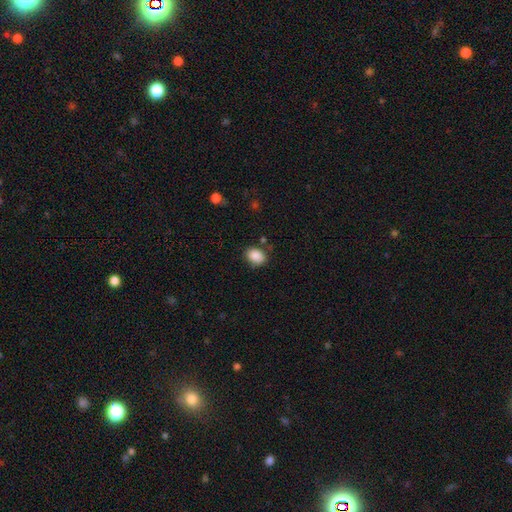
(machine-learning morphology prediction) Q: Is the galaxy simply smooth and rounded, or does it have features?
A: smooth — 88%.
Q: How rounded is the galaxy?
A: in between — 65%.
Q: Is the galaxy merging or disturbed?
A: none — 78%.